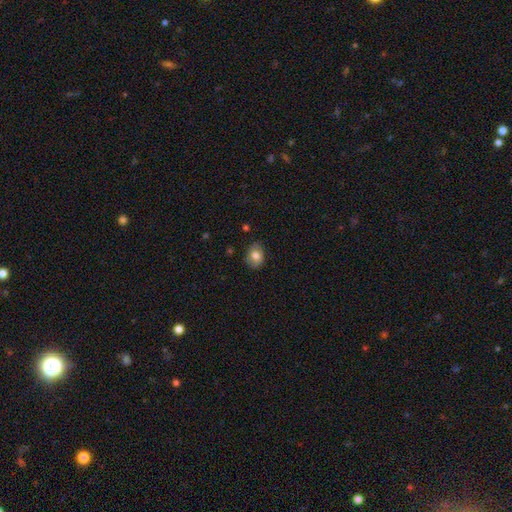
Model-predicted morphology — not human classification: This is likely a smooth galaxy (74%). How rounded: likely in between (67%). Merging: clearly none (81%).